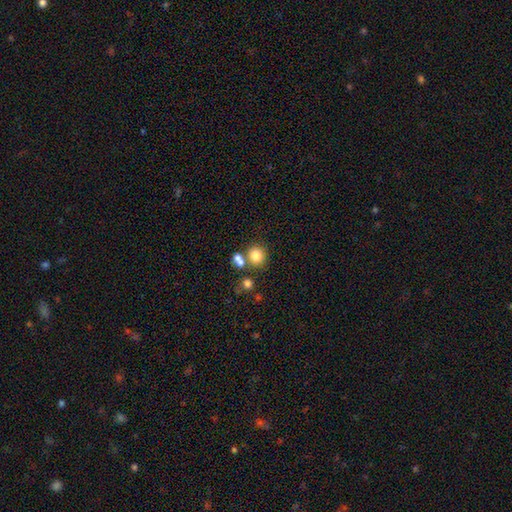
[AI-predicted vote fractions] A smooth galaxy with no disk features (80%) that is round (83%).

Vote fractions:
- Smooth or featured? smooth: 80% / star or artifact: 12% / featured or disk: 8%
- How rounded? round: 83% / in between: 16% / cigar-shaped: 1%
- Merging? none: 63% / merger: 24% / minor disturbance: 9% / major disturbance: 4%